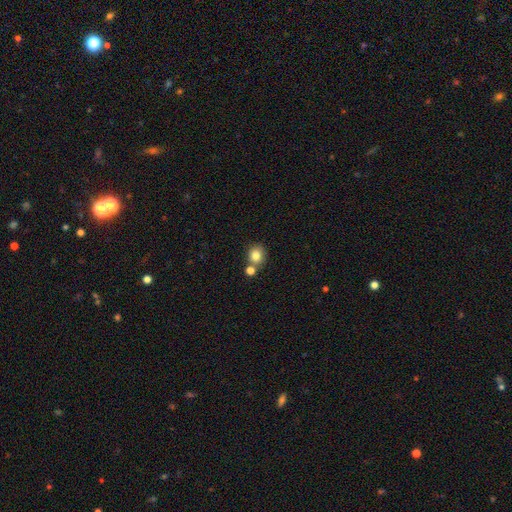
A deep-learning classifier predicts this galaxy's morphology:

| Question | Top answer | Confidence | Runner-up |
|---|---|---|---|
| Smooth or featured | smooth | 82% | star or artifact (11%) |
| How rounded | round | 75% | in between (24%) |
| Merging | none | 65% | merger (22%) |